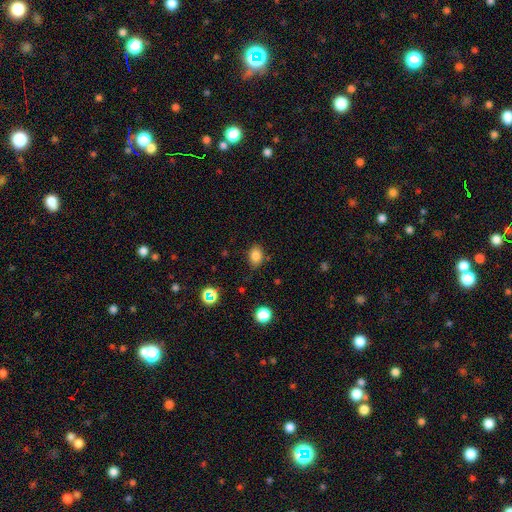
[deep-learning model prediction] Morphology: type=smooth (82%); roundness=in between (76%); merging=none (80%).